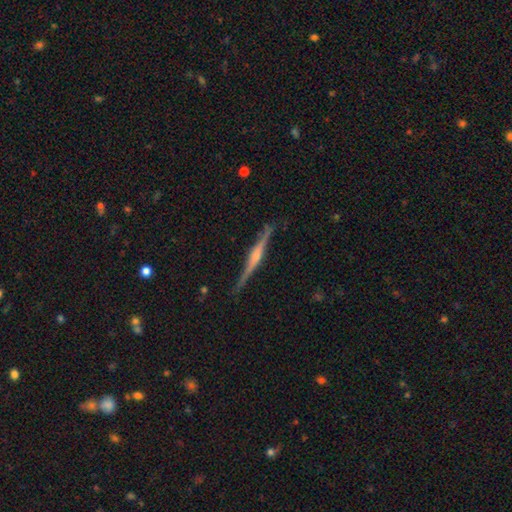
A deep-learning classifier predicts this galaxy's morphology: Overall: featured or disk (83%). Edge-on disk: yes (98%). Edge-on bulge: rounded (78%). Merging: none (88%).